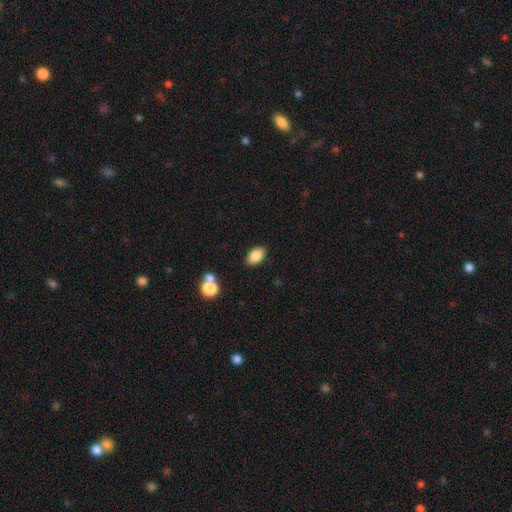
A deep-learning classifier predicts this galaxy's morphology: Smooth or featured?
  - smooth: 85% *
  - star or artifact: 8%
  - featured or disk: 7%
How rounded?
  - in between: 90% *
  - round: 8%
  - cigar-shaped: 2%
Merging?
  - none: 84% *
  - minor disturbance: 10%
  - merger: 3%
  - major disturbance: 3%